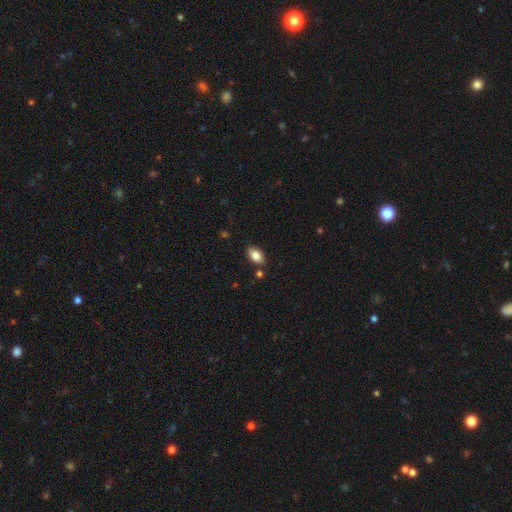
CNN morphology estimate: Smooth or featured? Predicted: smooth (p=0.82). How rounded? Predicted: in between (p=0.91). Merging? Predicted: none (p=0.84).